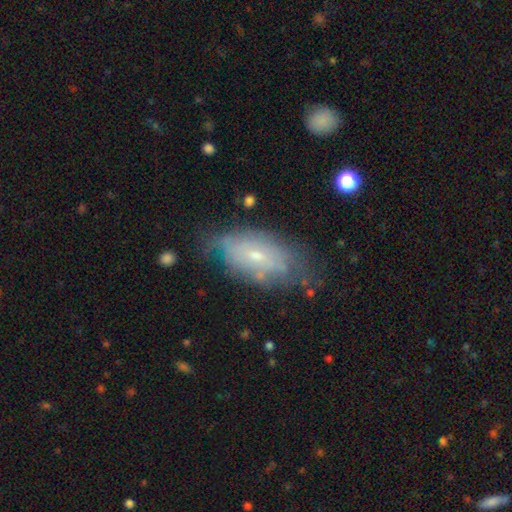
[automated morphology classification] smooth-or-featured: featured or disk: 50% | smooth: 41% | star or artifact: 8%
  disk-edge-on: no: 86% | yes: 14%
  merging: none: 55% | minor disturbance: 30% | major disturbance: 12% | merger: 3%